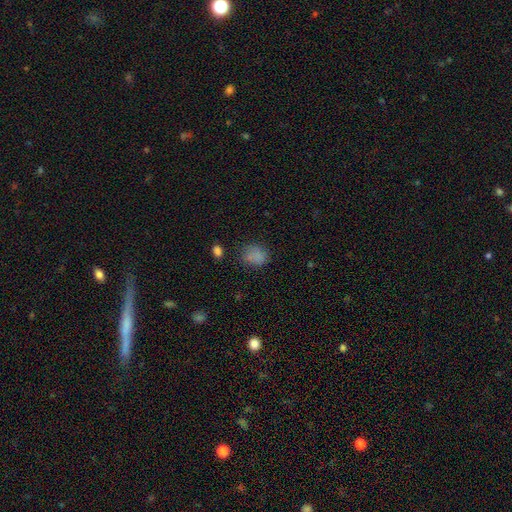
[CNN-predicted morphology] smooth-or-featured: smooth: 82% | star or artifact: 12% | featured or disk: 6%
  how-rounded: in between: 54% | round: 45% | cigar-shaped: 1%
  merging: none: 68% | minor disturbance: 21% | major disturbance: 7% | merger: 4%